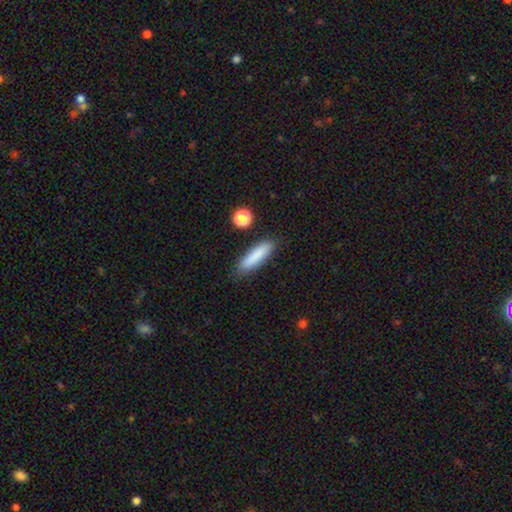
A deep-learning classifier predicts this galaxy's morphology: Smooth or featured? smooth (84%)
How rounded? cigar-shaped (74%)
Merging? none (85%)